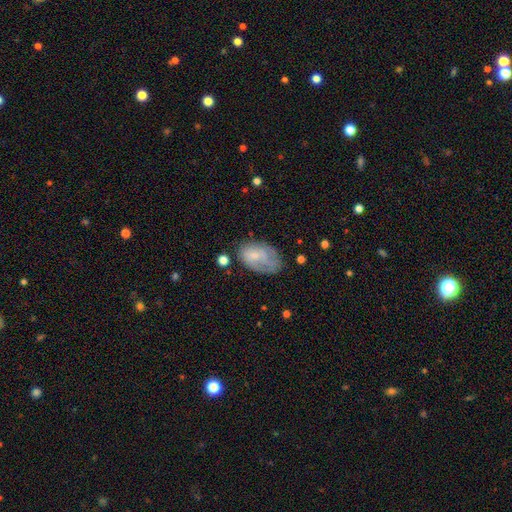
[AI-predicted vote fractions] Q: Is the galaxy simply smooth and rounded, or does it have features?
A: smooth — 53%.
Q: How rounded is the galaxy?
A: in between — 89%.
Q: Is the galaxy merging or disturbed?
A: none — 50%.